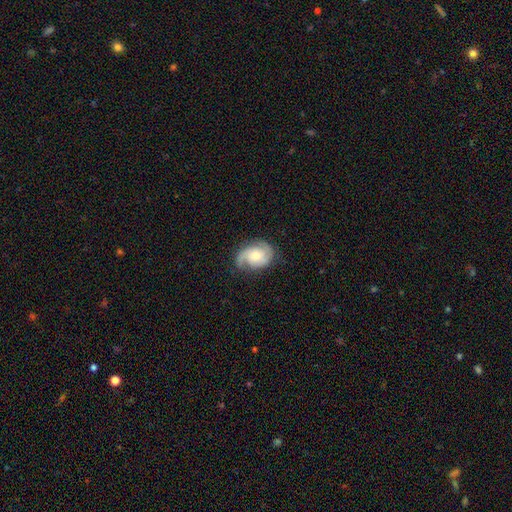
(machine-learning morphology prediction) smooth-or-featured: featured or disk: 76% | smooth: 18% | star or artifact: 6%
  disk-edge-on: no: 97% | yes: 3%
    bar: no: 69% | weak: 27% | strong: 4%
    has-spiral-arms: yes: 95% | no: 5%
      spiral-winding: medium: 45% | tight: 34% | loose: 21%
      spiral-arm-count: 2: 52% | 3: 21% | 1: 11% | can't tell: 11% | 4: 3% | more than 4: 2%
    bulge-size: moderate: 60% | small: 31% | large: 6% | none: 2% | dominant: 1%
  merging: none: 67% | minor disturbance: 23% | major disturbance: 9% | merger: 1%